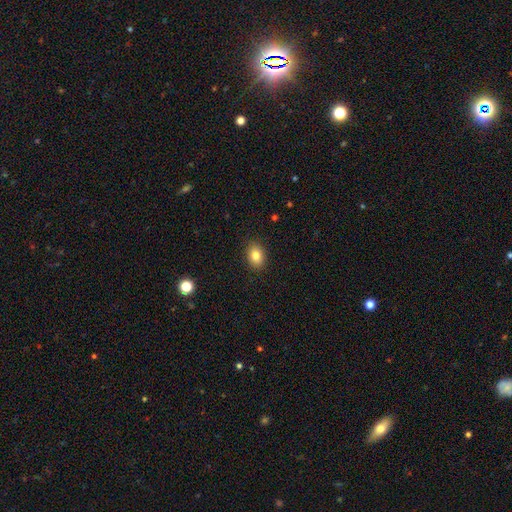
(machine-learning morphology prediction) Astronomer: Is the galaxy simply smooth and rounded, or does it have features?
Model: smooth — 82%.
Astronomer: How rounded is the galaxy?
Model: in between — 71%.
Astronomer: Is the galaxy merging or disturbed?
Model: none — 89%.